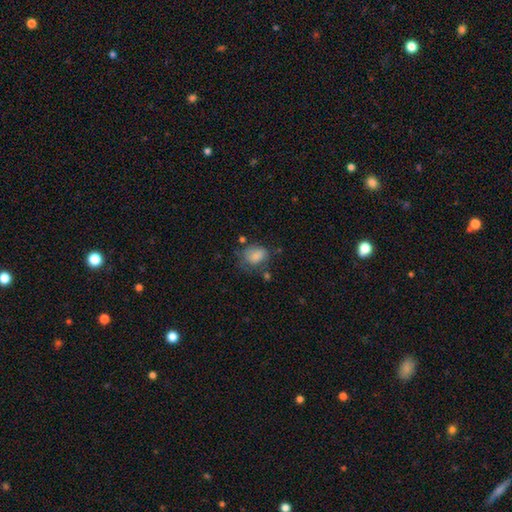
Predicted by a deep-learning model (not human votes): Morphology: type=smooth (78%); roundness=in between (60%); merging=none (46%).